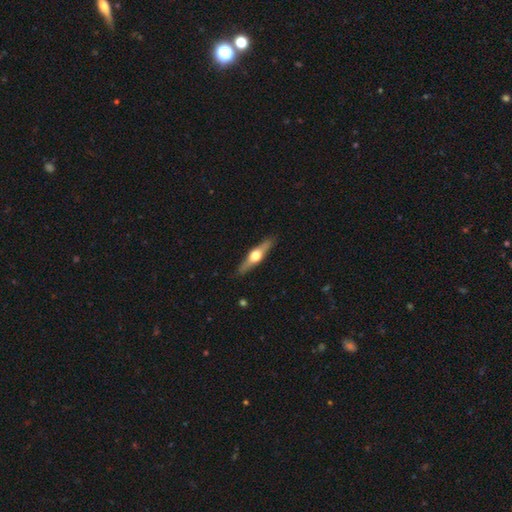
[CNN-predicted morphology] smooth_or_featured: featured or disk (p=0.68) [alt: smooth p=0.27]
disk_edge_on: yes (p=0.96) [alt: no p=0.04]
edge_on_bulge: rounded (p=0.96) [alt: boxy p=0.03]
merging: none (p=0.90) [alt: minor disturbance p=0.07]